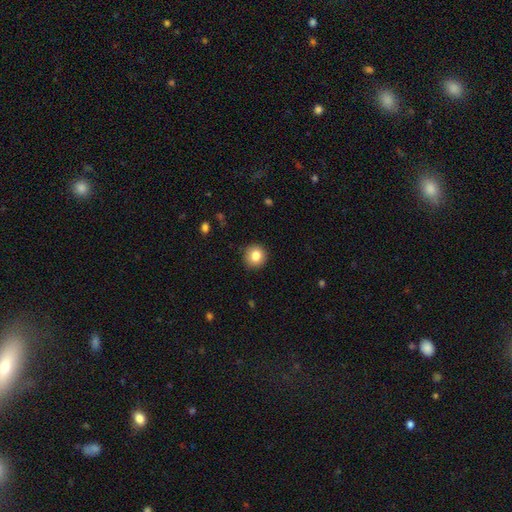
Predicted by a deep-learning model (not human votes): Q: Smooth or featured?
A: smooth (84%); runner-up: star or artifact (9%)
Q: How rounded?
A: round (92%); runner-up: in between (7%)
Q: Merging?
A: none (90%); runner-up: minor disturbance (7%)